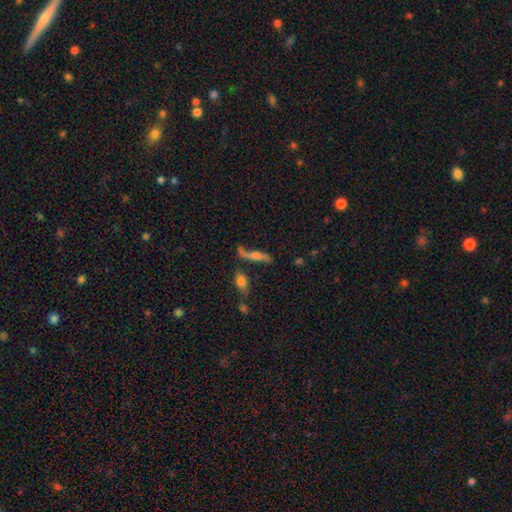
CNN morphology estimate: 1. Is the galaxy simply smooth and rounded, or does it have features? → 58% featured or disk, 32% smooth, 10% star or artifact.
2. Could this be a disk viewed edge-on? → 51% yes, 49% no.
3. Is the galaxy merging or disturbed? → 49% none, 21% minor disturbance, 17% major disturbance, 13% merger.